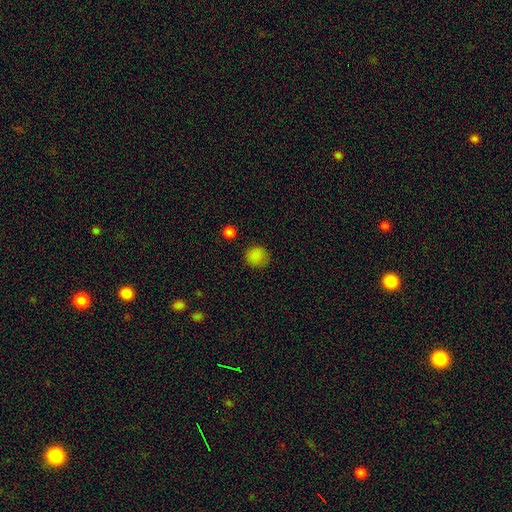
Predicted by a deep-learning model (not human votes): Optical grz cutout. It shows a smooth galaxy with no disk features (83%) that is round (87%). Merging: none (83%).